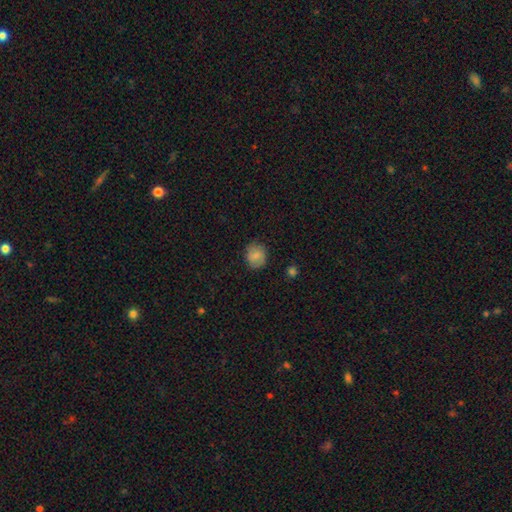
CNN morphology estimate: Smooth or featured: smooth — 79% (featured or disk — 13%)
How rounded: round — 74% (in between — 25%)
Merging: none — 82% (minor disturbance — 14%)